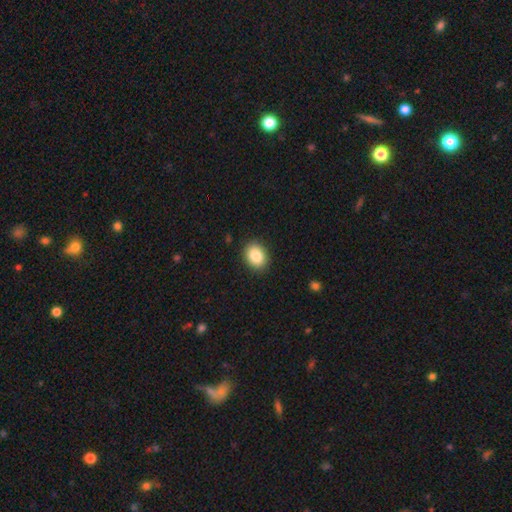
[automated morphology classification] Overall: smooth (86%). How rounded: in between (62%; round 37%). Merging: none (89%).